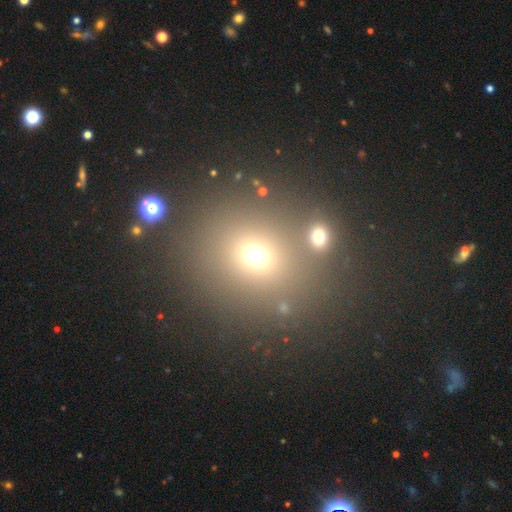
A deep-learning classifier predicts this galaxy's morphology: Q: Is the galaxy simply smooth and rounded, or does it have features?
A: smooth — 64%.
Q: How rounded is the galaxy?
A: round — 79%.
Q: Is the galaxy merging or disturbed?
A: none — 76%.